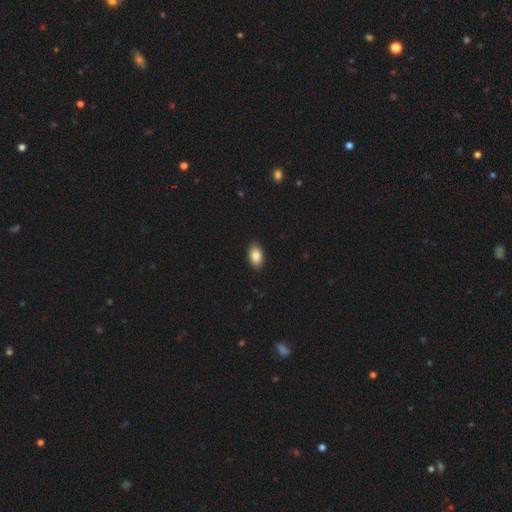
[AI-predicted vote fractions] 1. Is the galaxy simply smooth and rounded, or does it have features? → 87% smooth, 7% star or artifact, 5% featured or disk.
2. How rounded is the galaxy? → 90% in between, 8% round, 1% cigar-shaped.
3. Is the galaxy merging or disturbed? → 90% none, 7% minor disturbance, 2% major disturbance, 1% merger.